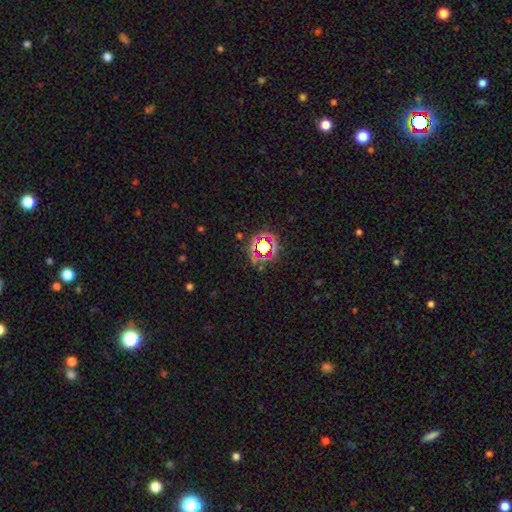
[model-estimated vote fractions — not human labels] Overall: star or artifact (73%).